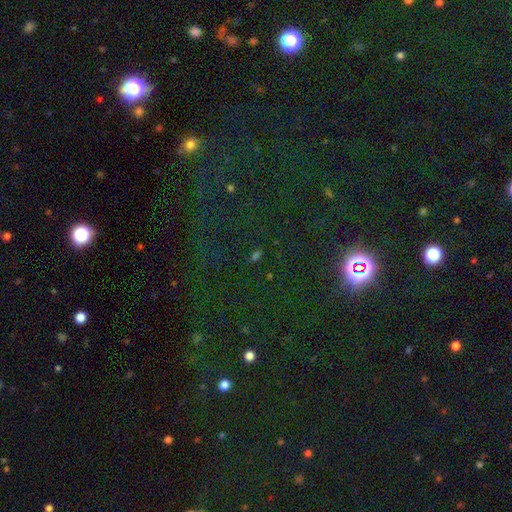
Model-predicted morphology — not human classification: Smooth or featured? star or artifact (66%)